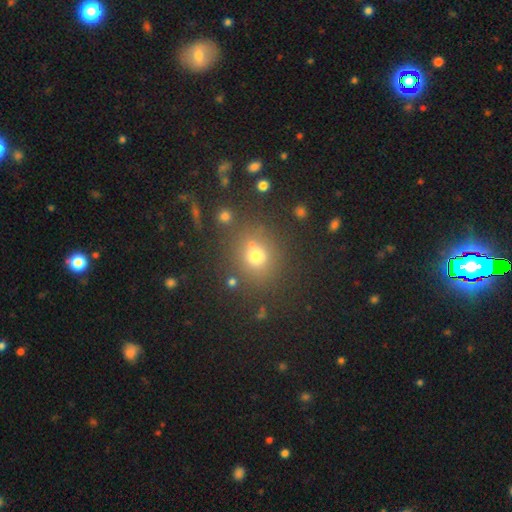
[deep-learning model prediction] Morphology: type=smooth (71%); roundness=round (82%); merging=none (76%).